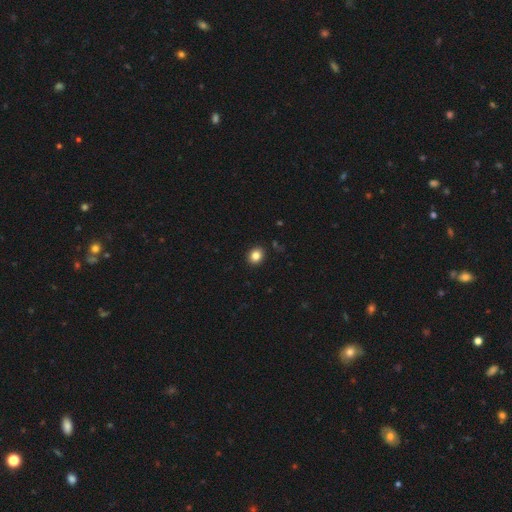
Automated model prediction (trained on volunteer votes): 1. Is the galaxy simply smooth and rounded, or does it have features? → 84% smooth, 11% star or artifact, 5% featured or disk.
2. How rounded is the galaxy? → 68% round, 31% in between, 1% cigar-shaped.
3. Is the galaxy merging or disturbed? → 90% none, 7% minor disturbance, 2% major disturbance, 1% merger.